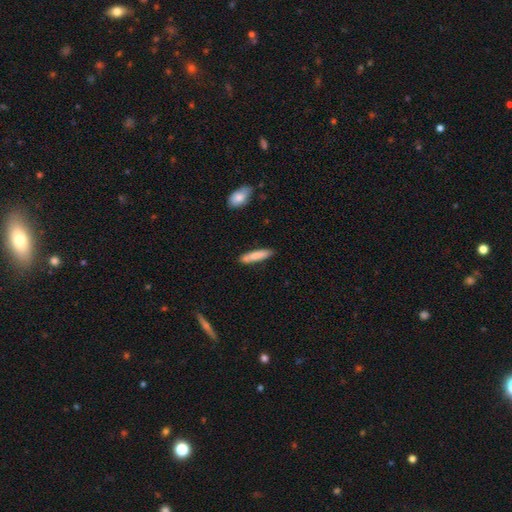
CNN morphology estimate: Smooth or featured? smooth (80%)
How rounded? cigar-shaped (83%)
Merging? none (81%)